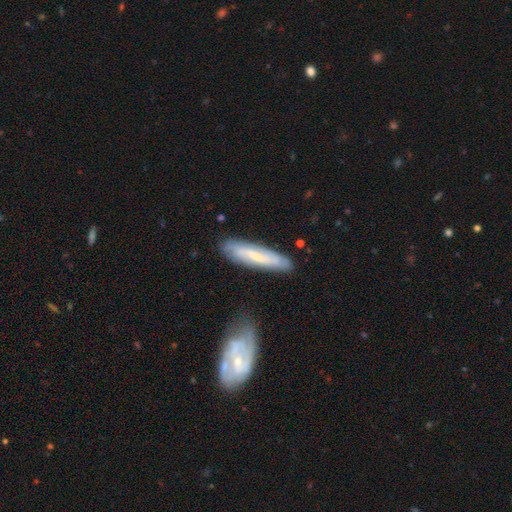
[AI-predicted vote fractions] Overall: featured or disk (47%; smooth 46%). Merging: none (75%).